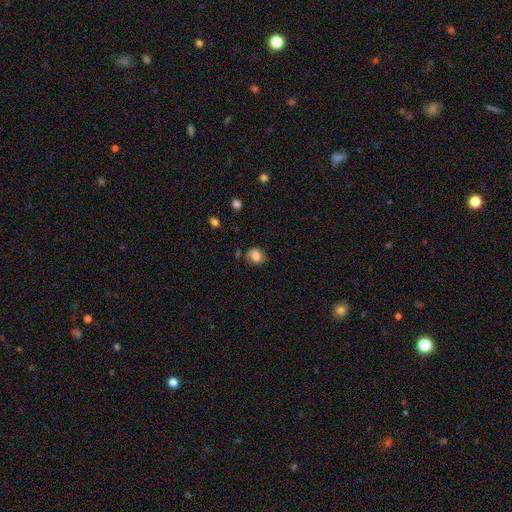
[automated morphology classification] Q: Smooth or featured?
A: smooth (60%); runner-up: featured or disk (30%)
Q: How rounded?
A: round (52%); runner-up: in between (47%)
Q: Merging?
A: none (63%); runner-up: minor disturbance (24%)